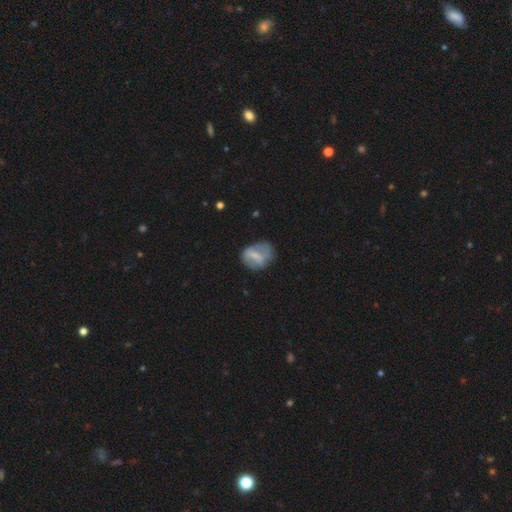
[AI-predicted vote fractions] Q: Smooth or featured?
A: smooth (49%); runner-up: featured or disk (44%)
Q: Merging?
A: none (53%); runner-up: minor disturbance (29%)